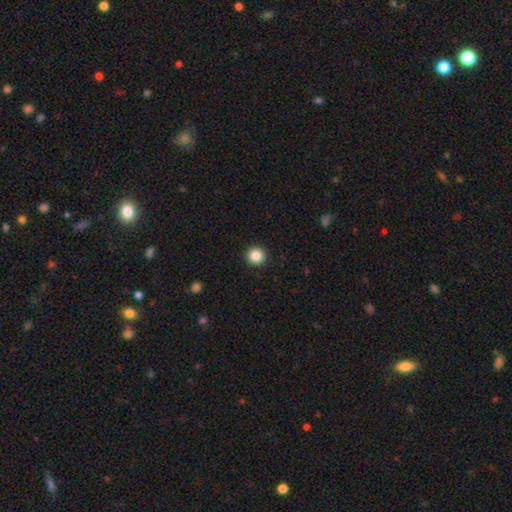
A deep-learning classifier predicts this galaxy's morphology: A smooth galaxy with no disk features (85%) that is round (95%). Merging: none (94%).